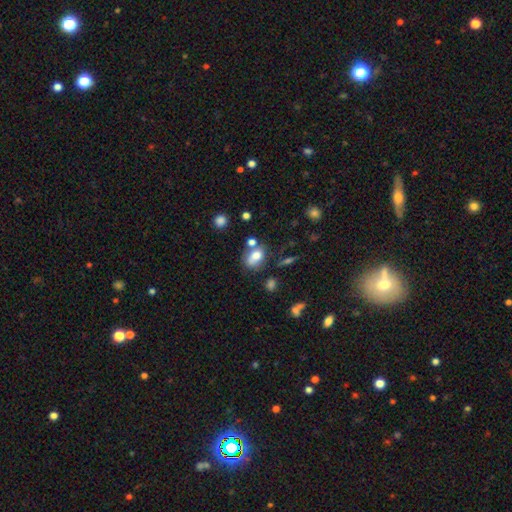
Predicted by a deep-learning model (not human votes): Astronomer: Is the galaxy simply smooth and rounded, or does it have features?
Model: smooth — 72%.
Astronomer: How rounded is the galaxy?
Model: in between — 74%.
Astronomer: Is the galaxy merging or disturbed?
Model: none — 45% (runner-up: merger, 25%).